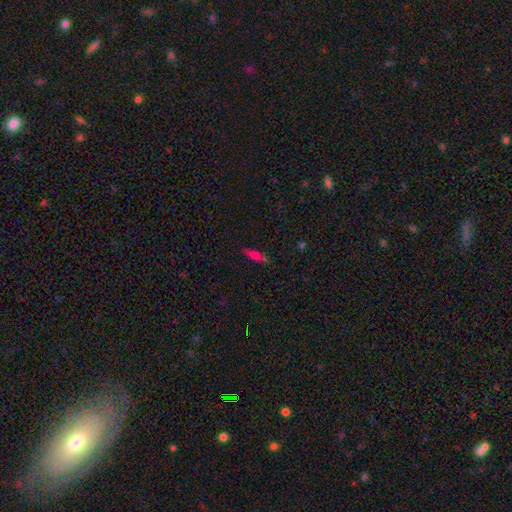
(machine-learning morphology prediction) type=smooth (56%); roundness=cigar-shaped (56%); merging=none (76%).